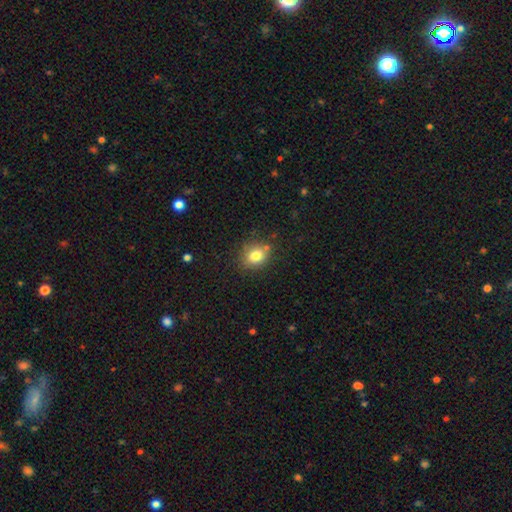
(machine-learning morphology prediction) Smooth or featured? Predicted: smooth (p=0.80). How rounded? Predicted: round (p=0.57). Merging? Predicted: none (p=0.77).